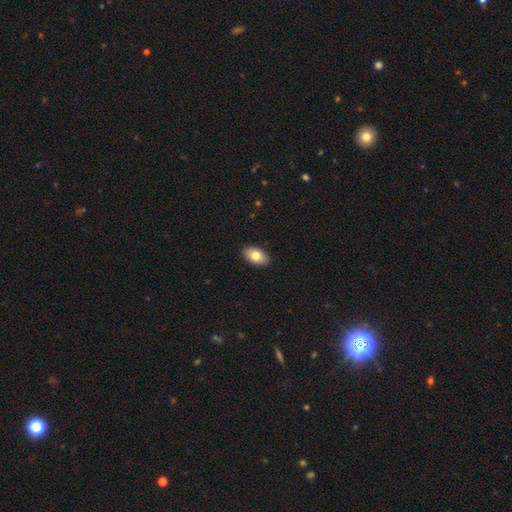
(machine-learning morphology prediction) The model was most divided on "smooth or featured": smooth: 80%, featured or disk: 13%, star or artifact: 7%. More confident: how rounded — in between (93%); merging — none (90%).